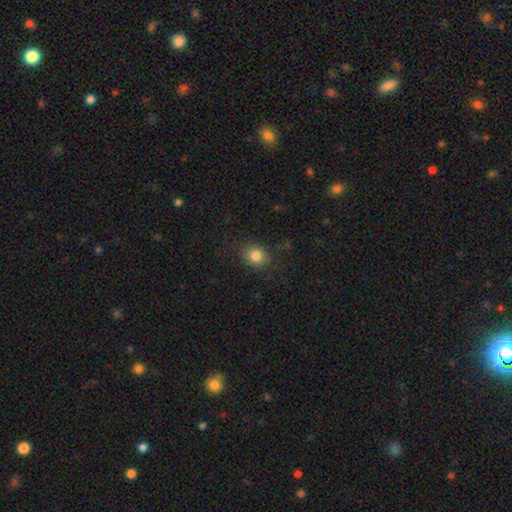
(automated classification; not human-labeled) Morphology: type=smooth (83%); roundness=round (71%); merging=none (84%).